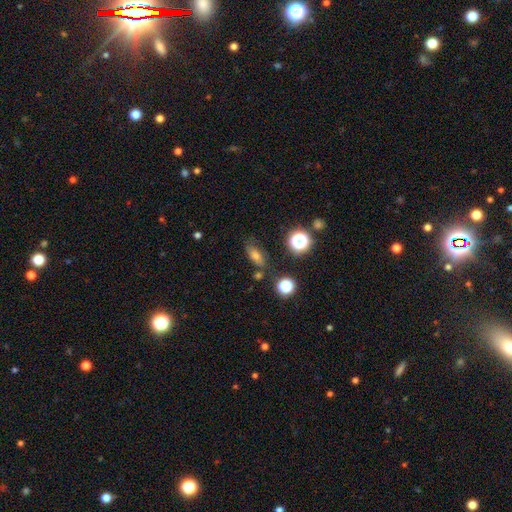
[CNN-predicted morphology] This is likely a smooth galaxy (66%). How rounded: likely in between (71%). Merging: likely none (70%).